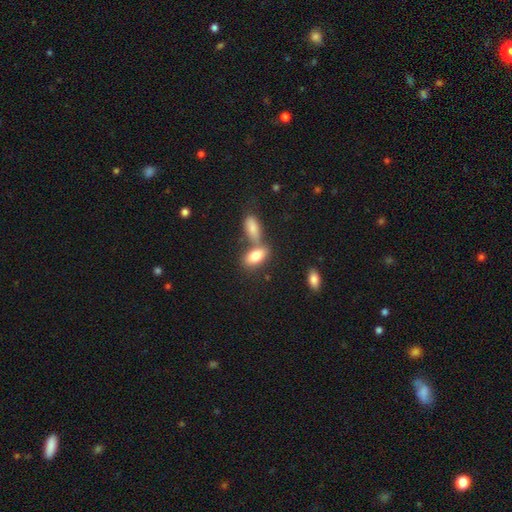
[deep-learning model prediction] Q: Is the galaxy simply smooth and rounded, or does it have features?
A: smooth — 81%.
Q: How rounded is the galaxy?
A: in between — 88%.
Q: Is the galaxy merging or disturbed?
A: merger — 46%.